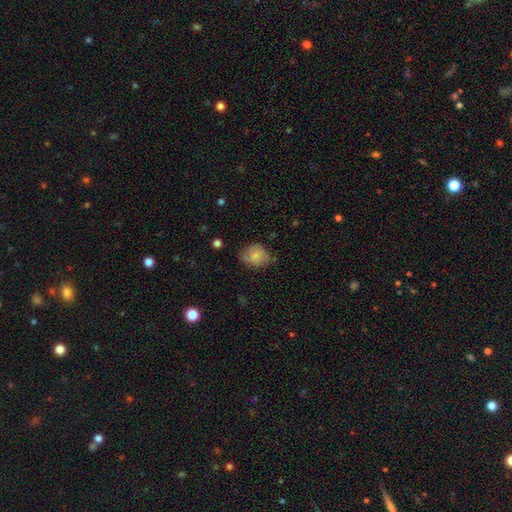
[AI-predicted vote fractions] smooth 71%, featured or disk 20%, star or artifact 8%. Down the decision tree: how rounded — round (53%); merging — none (58%).